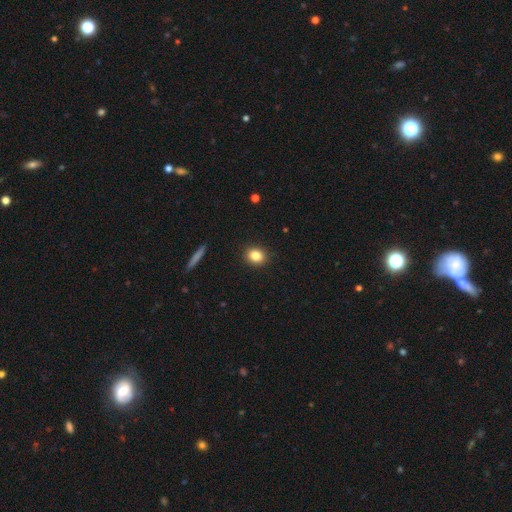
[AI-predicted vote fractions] smooth-or-featured: smooth: 83% | star or artifact: 10% | featured or disk: 7%
  how-rounded: round: 61% | in between: 37% | cigar-shaped: 1%
  merging: none: 90% | minor disturbance: 7% | major disturbance: 2% | merger: 1%